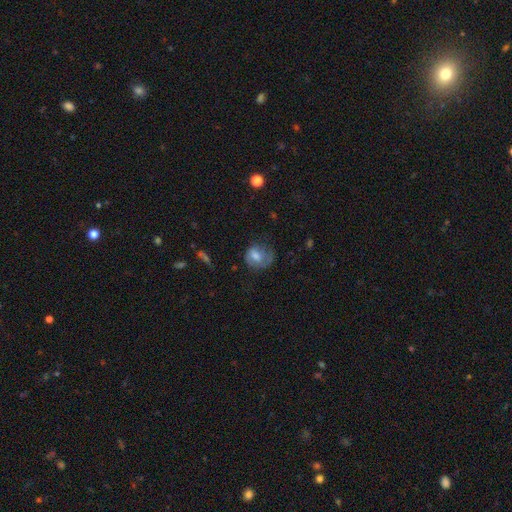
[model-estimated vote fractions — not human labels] Smooth or featured? smooth (52%)
How rounded? round (59%)
Merging? none (49%)